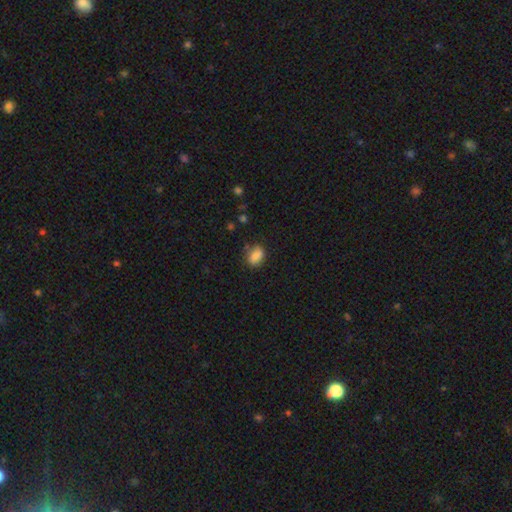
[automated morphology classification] This is clearly a smooth galaxy (84%). How rounded: likely in between (70%). Merging: likely none (74%).